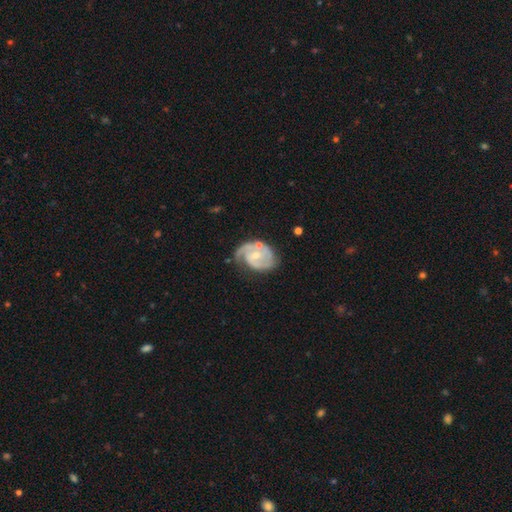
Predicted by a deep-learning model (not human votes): Q: Smooth or featured?
A: featured or disk (84%); runner-up: smooth (11%)
Q: Edge-on disk?
A: no (98%); runner-up: yes (2%)
Q: Bar?
A: no (46%); runner-up: weak (44%)
Q: Spiral arms?
A: yes (94%); runner-up: no (6%)
Q: Spiral winding?
A: tight (44%); runner-up: medium (42%)
Q: Spiral arm count?
A: 2 (61%); runner-up: 1 (16%)
Q: Bulge size?
A: small (57%); runner-up: moderate (37%)
Q: Merging?
A: none (52%); runner-up: minor disturbance (27%)